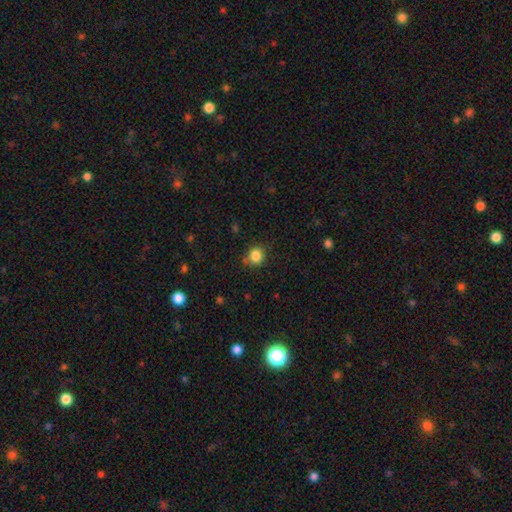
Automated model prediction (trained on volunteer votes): smooth_or_featured: smooth (p=0.85) [alt: star or artifact p=0.11]
how_rounded: round (p=0.84) [alt: in between p=0.15]
merging: none (p=0.79) [alt: minor disturbance p=0.15]